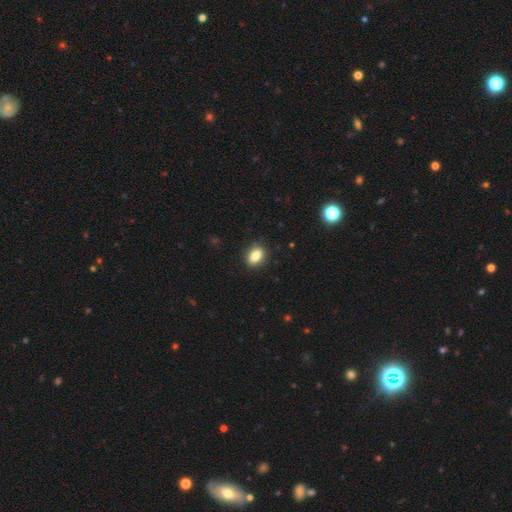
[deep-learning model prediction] Smooth or featured?
  - smooth: 83% *
  - star or artifact: 9%
  - featured or disk: 8%
How rounded?
  - in between: 76% *
  - round: 22%
  - cigar-shaped: 2%
Merging?
  - none: 87% *
  - minor disturbance: 9%
  - major disturbance: 2%
  - merger: 1%